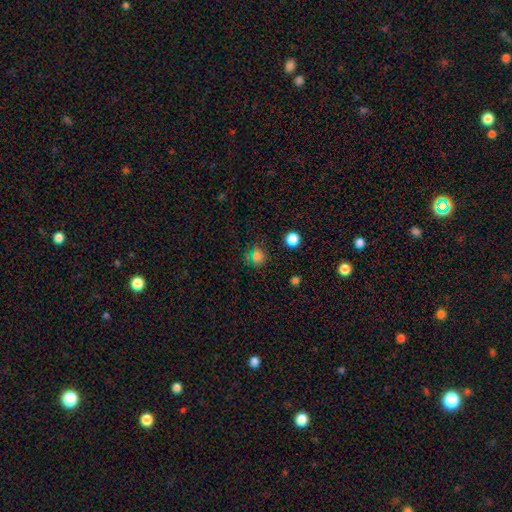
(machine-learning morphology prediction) smooth_or_featured: smooth (p=0.65) [alt: star or artifact p=0.28]
how_rounded: round (p=0.87) [alt: in between p=0.12]
merging: none (p=0.84) [alt: minor disturbance p=0.10]